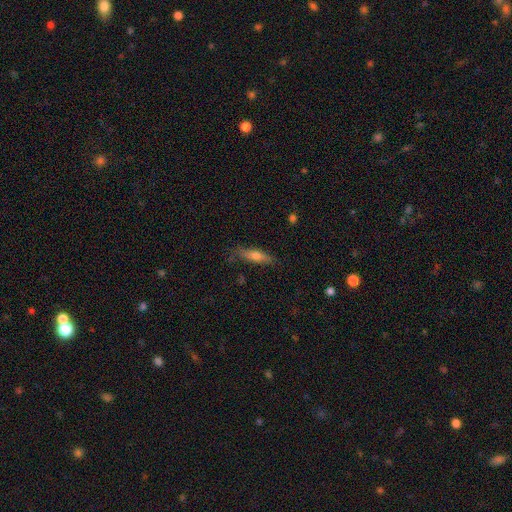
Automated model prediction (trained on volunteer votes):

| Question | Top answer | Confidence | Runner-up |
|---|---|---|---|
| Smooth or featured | smooth | 53% | featured or disk (40%) |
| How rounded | cigar-shaped | 71% | in between (27%) |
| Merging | none | 81% | minor disturbance (14%) |